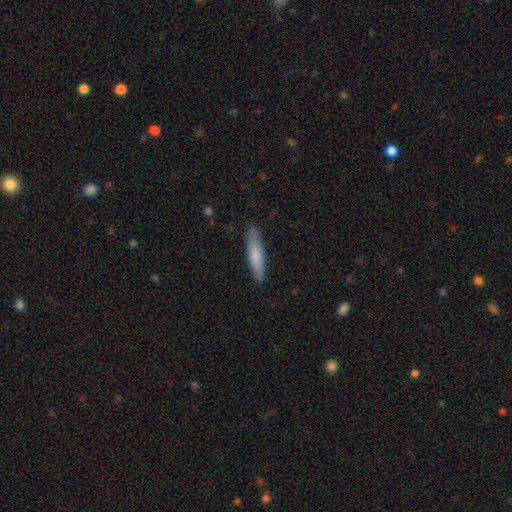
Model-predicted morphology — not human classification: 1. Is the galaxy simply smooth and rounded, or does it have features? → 74% smooth, 20% featured or disk, 5% star or artifact.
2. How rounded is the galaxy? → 86% cigar-shaped, 13% in between, 1% round.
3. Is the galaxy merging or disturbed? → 89% none, 8% minor disturbance, 2% major disturbance, 1% merger.